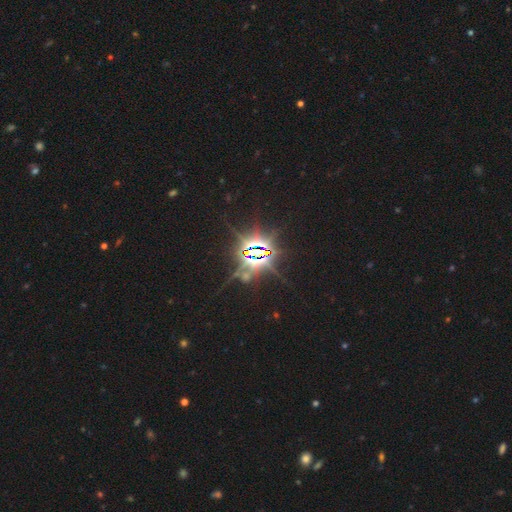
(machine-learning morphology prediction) Q: Smooth or featured?
A: star or artifact (86%); runner-up: smooth (9%)